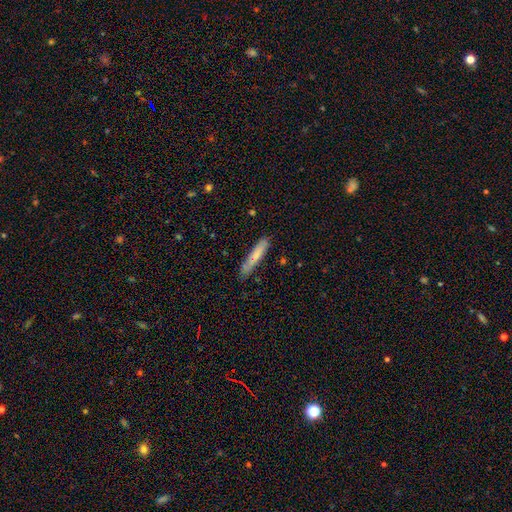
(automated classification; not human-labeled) Q: Smooth or featured?
A: smooth (74%); runner-up: featured or disk (20%)
Q: How rounded?
A: cigar-shaped (90%); runner-up: in between (9%)
Q: Merging?
A: none (74%); runner-up: minor disturbance (20%)